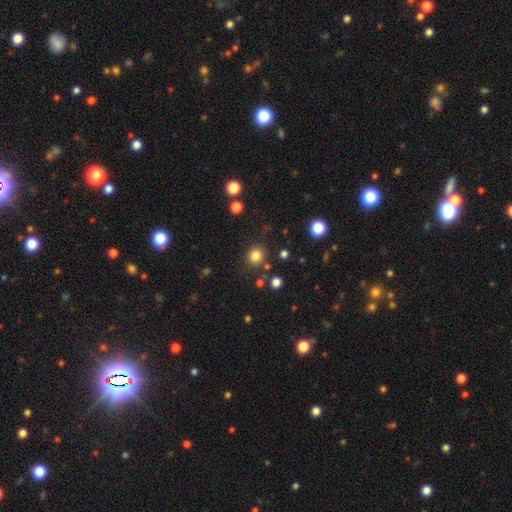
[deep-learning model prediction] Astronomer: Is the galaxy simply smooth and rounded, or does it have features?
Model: smooth — 82%.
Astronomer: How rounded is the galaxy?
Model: round — 86%.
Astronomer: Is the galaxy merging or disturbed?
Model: none — 85%.